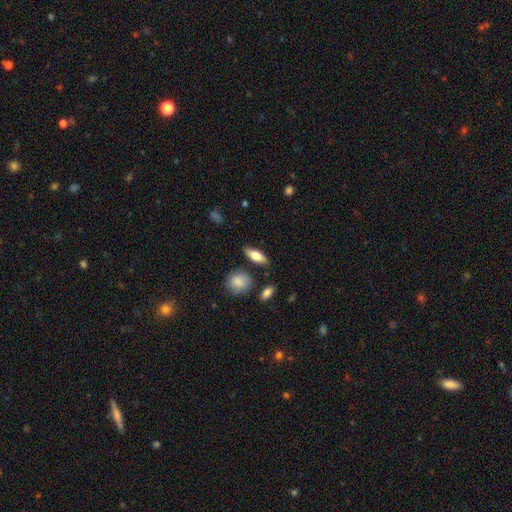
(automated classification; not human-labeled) A smooth galaxy with no disk features (66%) that is in between round and cigar-shaped (66%).

Vote fractions:
- Smooth or featured? smooth: 66% / featured or disk: 28% / star or artifact: 6%
- How rounded? in between: 66% / cigar-shaped: 30% / round: 4%
- Merging? none: 82% / minor disturbance: 12% / merger: 3% / major disturbance: 3%